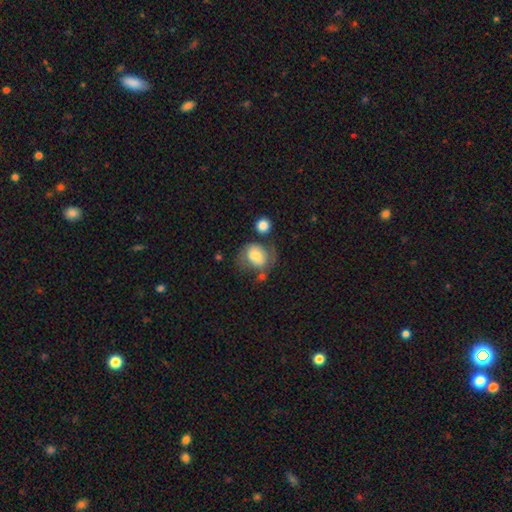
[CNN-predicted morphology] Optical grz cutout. It shows a smooth galaxy with no disk features (65%) that is round (50%). Merging: none (40%).